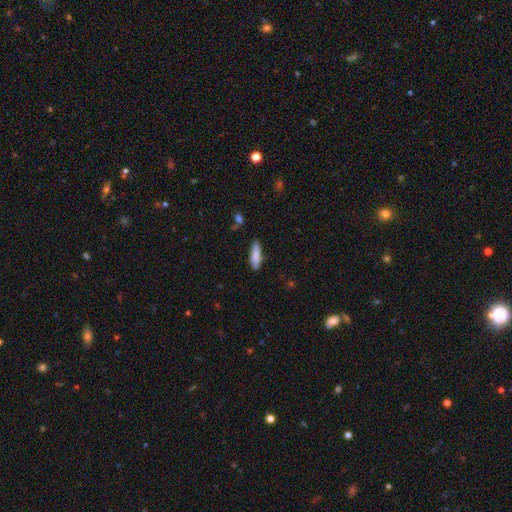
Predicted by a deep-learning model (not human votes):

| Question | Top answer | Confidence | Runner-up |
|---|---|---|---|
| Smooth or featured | smooth | 84% | featured or disk (10%) |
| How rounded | cigar-shaped | 54% | in between (44%) |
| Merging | none | 80% | minor disturbance (15%) |